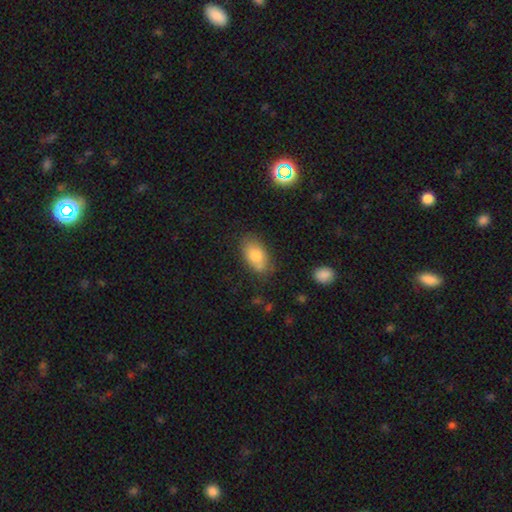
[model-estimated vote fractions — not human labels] A smooth galaxy with no disk features (78%) that is in between round and cigar-shaped (90%).

Vote fractions:
- Smooth or featured? smooth: 78% / featured or disk: 14% / star or artifact: 8%
- How rounded? in between: 90% / round: 9% / cigar-shaped: 2%
- Merging? none: 68% / minor disturbance: 20% / merger: 6% / major disturbance: 5%